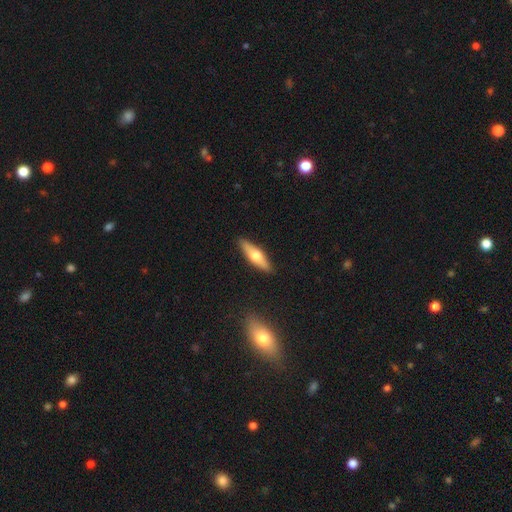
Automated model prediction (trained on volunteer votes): This appears to be a smooth galaxy with no disk features (50%). Merging: none (89%).